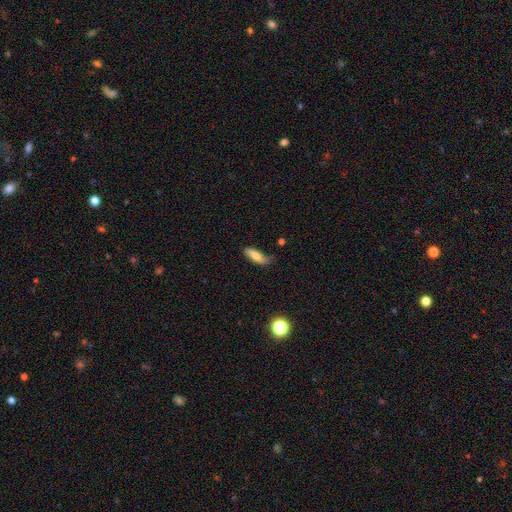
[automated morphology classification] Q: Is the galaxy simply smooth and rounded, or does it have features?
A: smooth — 72%.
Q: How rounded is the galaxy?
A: in between — 54%.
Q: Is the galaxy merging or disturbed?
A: none — 63%.